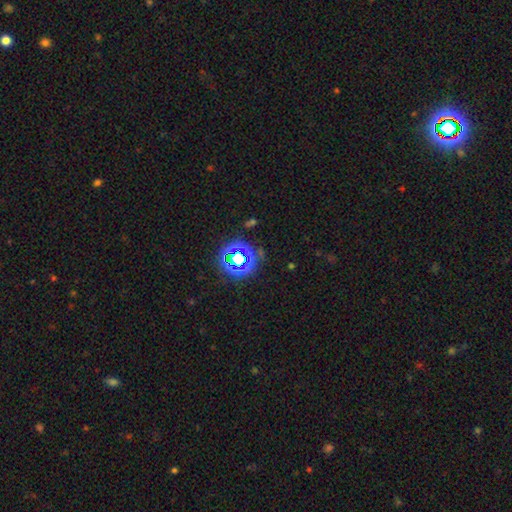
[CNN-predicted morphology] smooth_or_featured: star or artifact (p=0.73) [alt: smooth p=0.17]